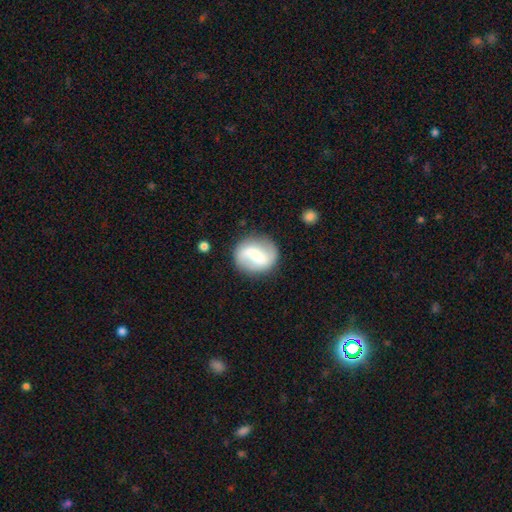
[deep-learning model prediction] smooth-or-featured: featured or disk: 66% | smooth: 27% | star or artifact: 6%
  disk-edge-on: no: 98% | yes: 2%
    bar: weak: 42% | strong: 39% | no: 19%
    has-spiral-arms: yes: 87% | no: 13%
      spiral-winding: loose: 55% | medium: 32% | tight: 13%
      spiral-arm-count: 2: 87% | can't tell: 5% | 1: 5% | 3: 1% | 4: 1% | more than 4: 1%
    bulge-size: small: 43% | moderate: 31% | none: 15% | large: 8% | dominant: 3%
  merging: none: 78% | minor disturbance: 14% | major disturbance: 6% | merger: 2%